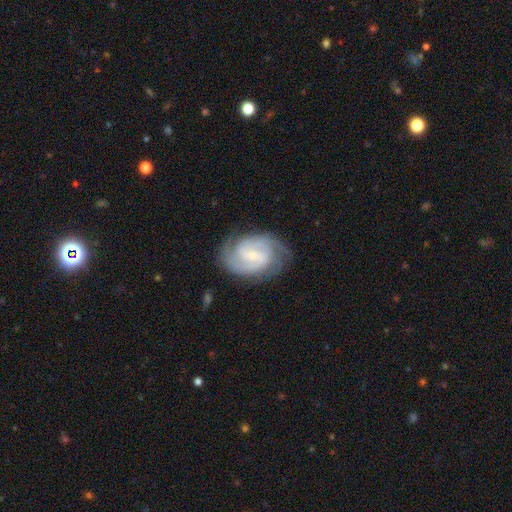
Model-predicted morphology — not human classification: featured or disk 85%, smooth 9%, star or artifact 6%. Down the decision tree: edge-on disk — no (97%); bar — weak (54%); spiral arms — yes (97%); spiral arm count — 2 (66%); spiral winding — tight (55%); bulge size — small (61%); merging — none (78%).